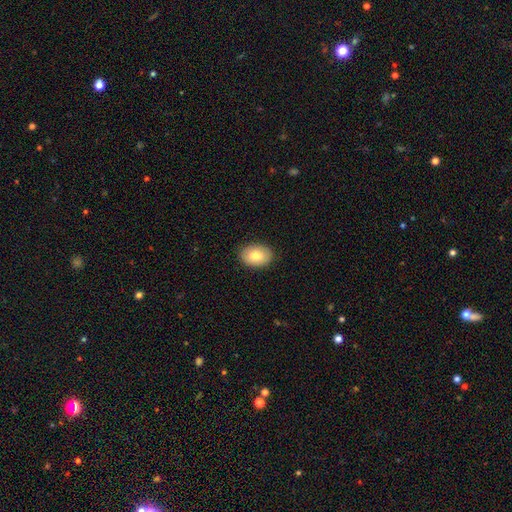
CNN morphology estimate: Smooth or featured? smooth (78%)
How rounded? in between (73%)
Merging? none (89%)